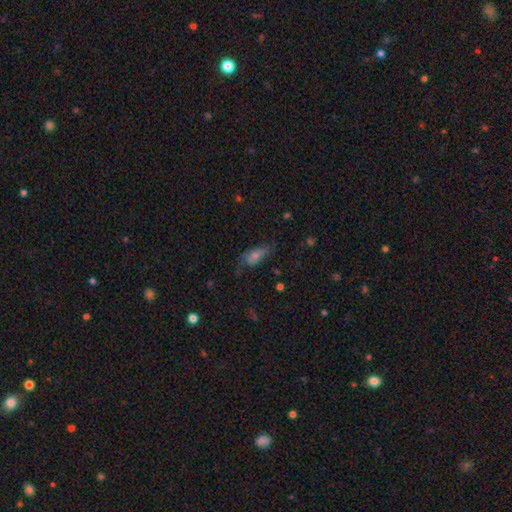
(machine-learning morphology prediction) The model was most divided on "smooth or featured": smooth: 49%, featured or disk: 36%, star or artifact: 14%. More confident: merging — none (57%).